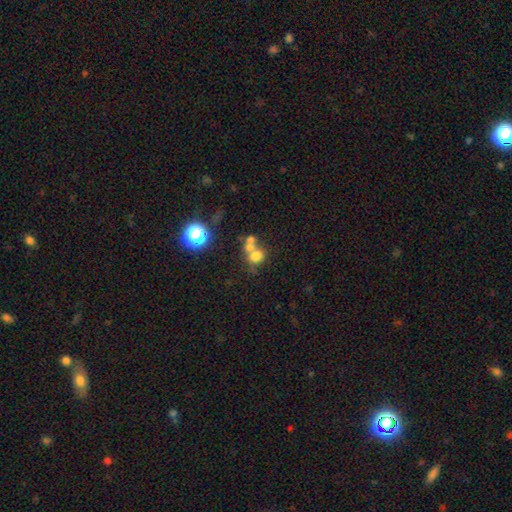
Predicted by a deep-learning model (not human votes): A smooth galaxy with no disk features (67%) that is round (69%). Merging: merger (50%).